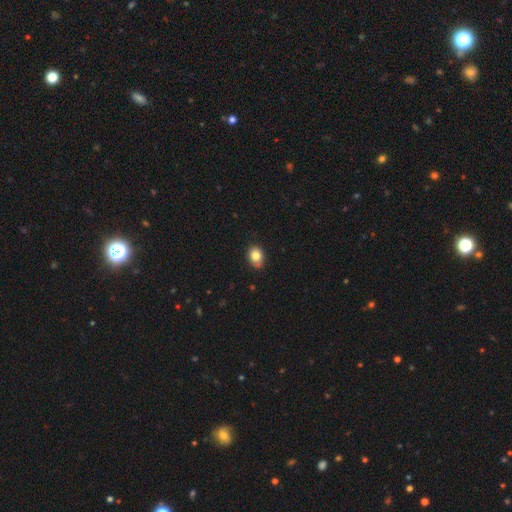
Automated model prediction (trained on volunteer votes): Overall: smooth (83%). How rounded: in between (65%; round 34%). Merging: none (78%).